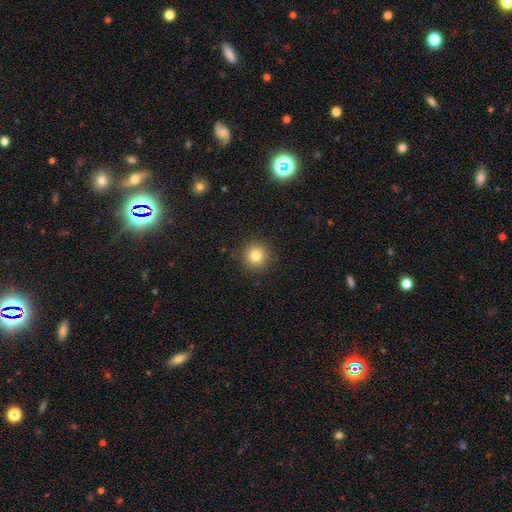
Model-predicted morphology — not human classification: A smooth galaxy with no disk features (82%) that is round (94%). Merging: none (91%).